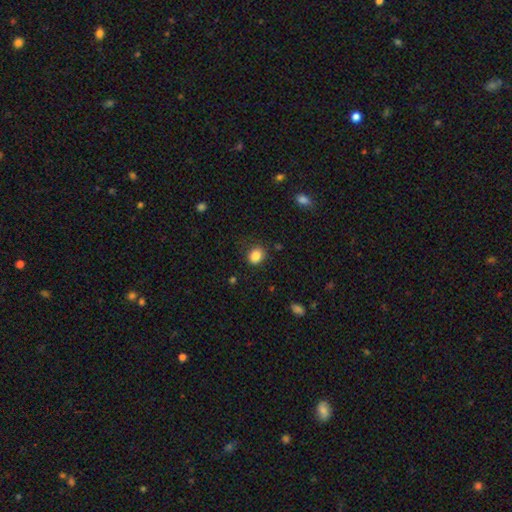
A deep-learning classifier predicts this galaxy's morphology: Overall: smooth (85%). How rounded: round (58%; in between 41%). Merging: none (84%).